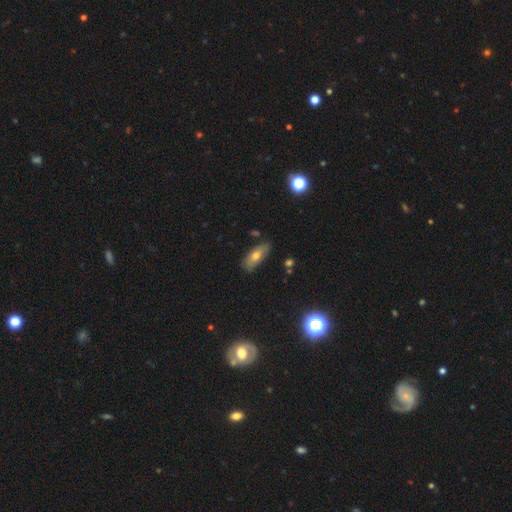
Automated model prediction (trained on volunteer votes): Overall: smooth (64%; featured or disk 27%). How rounded: in between (76%). Merging: none (78%).